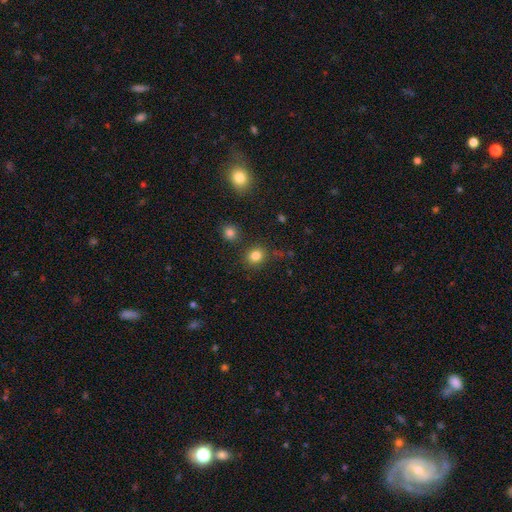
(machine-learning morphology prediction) This is clearly a smooth galaxy (82%). How rounded: likely round (78%). Merging: clearly none (81%).